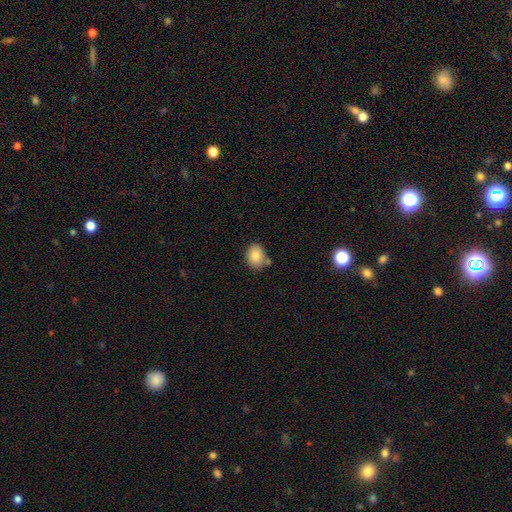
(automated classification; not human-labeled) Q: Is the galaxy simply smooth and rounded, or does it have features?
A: smooth — 83%.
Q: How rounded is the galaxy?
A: round — 50%.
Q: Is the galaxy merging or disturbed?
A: none — 70%.